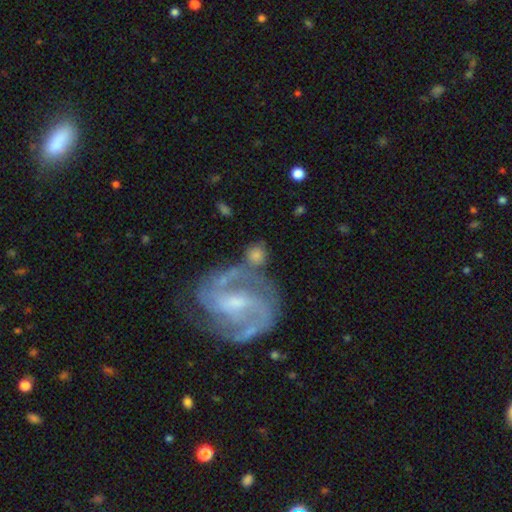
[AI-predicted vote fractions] This is possibly a featured or disk galaxy (46%, tied with smooth). Merging: likely none (62%).